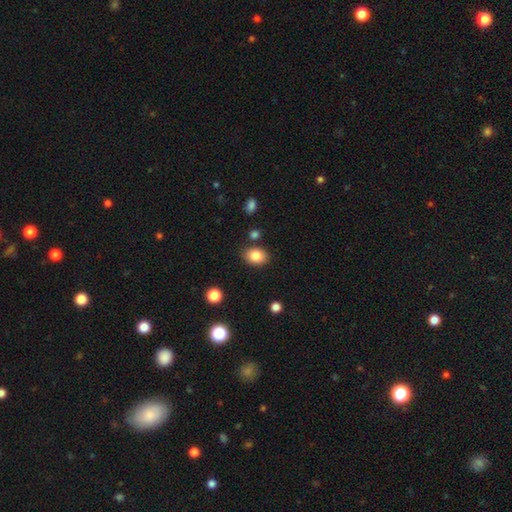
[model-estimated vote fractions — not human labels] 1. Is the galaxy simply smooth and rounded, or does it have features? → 84% smooth, 9% star or artifact, 7% featured or disk.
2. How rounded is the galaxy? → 64% in between, 35% round, 1% cigar-shaped.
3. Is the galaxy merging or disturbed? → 83% none, 10% minor disturbance, 4% merger, 3% major disturbance.